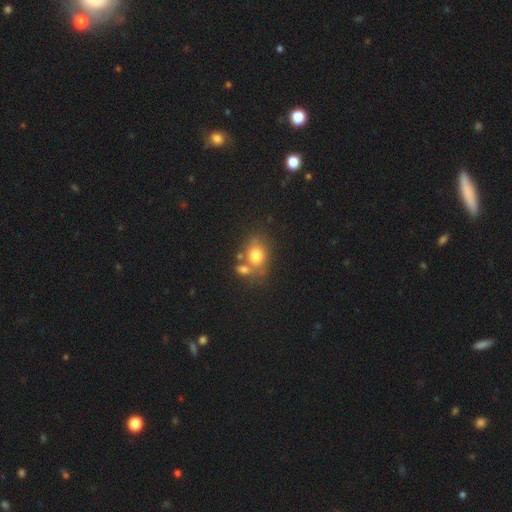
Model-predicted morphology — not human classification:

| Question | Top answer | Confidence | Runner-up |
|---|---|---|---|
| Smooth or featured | smooth | 75% | featured or disk (13%) |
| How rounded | in between | 52% | round (46%) |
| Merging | none | 46% | merger (35%) |